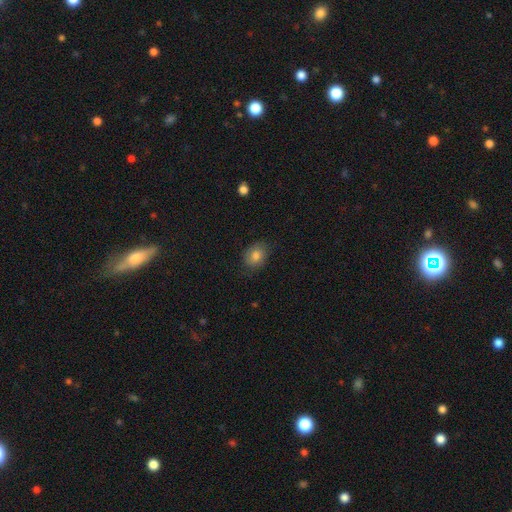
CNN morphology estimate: Q: Smooth or featured?
A: smooth (80%); runner-up: featured or disk (11%)
Q: How rounded?
A: in between (58%); runner-up: round (41%)
Q: Merging?
A: none (78%); runner-up: minor disturbance (17%)